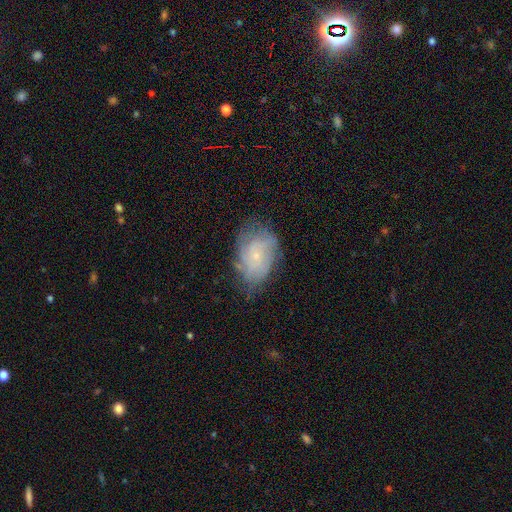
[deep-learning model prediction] Smooth or featured?
  - featured or disk: 53% *
  - smooth: 37%
  - star or artifact: 10%
Edge-on disk?
  - no: 96% *
  - yes: 4%
Bar?
  - no: 79% *
  - weak: 18%
  - strong: 3%
Spiral arms?
  - yes: 76% *
  - no: 24%
Bulge size?
  - small: 76% *
  - moderate: 15%
  - none: 6%
  - large: 1%
  - dominant: 1%
Merging?
  - none: 61% *
  - minor disturbance: 27%
  - major disturbance: 10%
  - merger: 1%